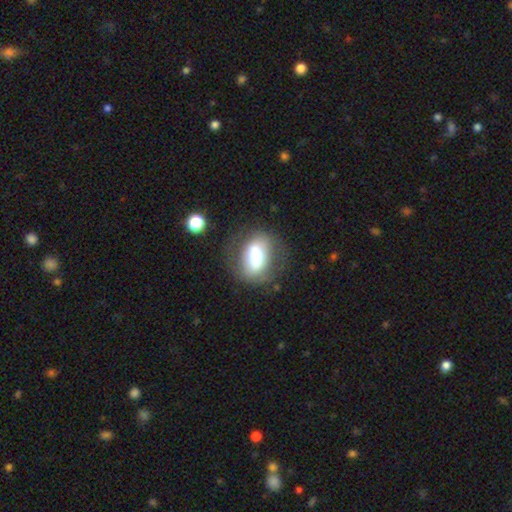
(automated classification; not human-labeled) smooth_or_featured: smooth (p=0.57) [alt: featured or disk p=0.35]
how_rounded: in between (p=0.72) [alt: round p=0.24]
merging: none (p=0.69) [alt: minor disturbance p=0.17]